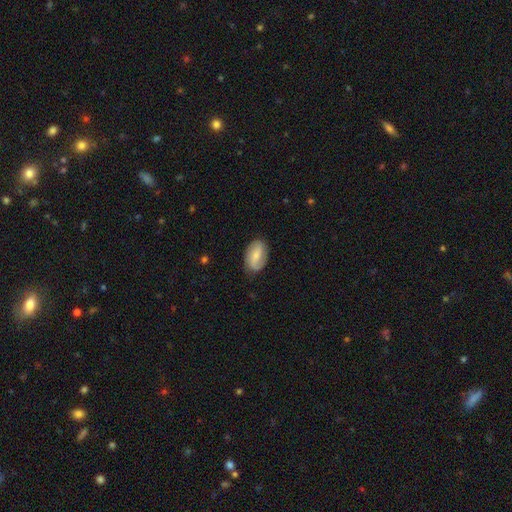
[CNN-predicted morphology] type=featured or disk (60%); edge-on=no (96%); bar=weak (47%); spiral arms=yes (89%); winding=loose (39%, tied with medium); arm count=2 (84%); bulge=small (52%); merging=none (81%).